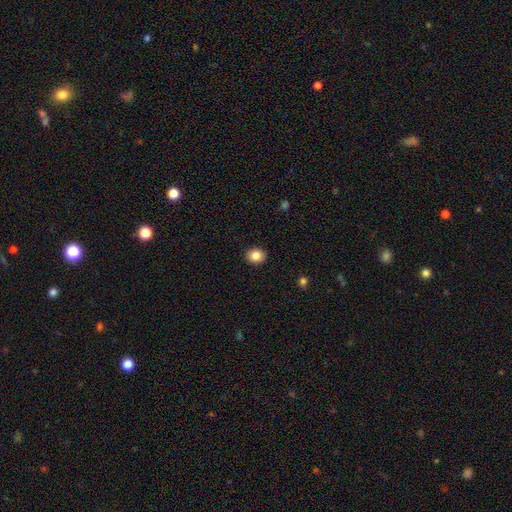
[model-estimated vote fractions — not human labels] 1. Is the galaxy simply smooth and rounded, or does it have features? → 83% smooth, 10% star or artifact, 7% featured or disk.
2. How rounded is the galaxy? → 64% round, 35% in between, 1% cigar-shaped.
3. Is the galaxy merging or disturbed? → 91% none, 6% minor disturbance, 2% major disturbance, 1% merger.